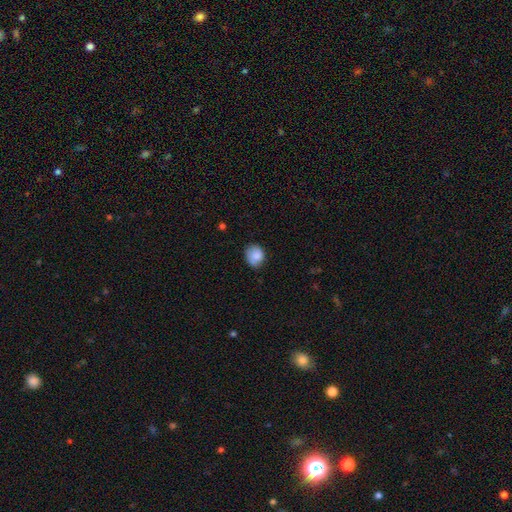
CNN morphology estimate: The model was most divided on "how rounded": round: 63%, in between: 36%, cigar-shaped: 1%. More confident: smooth or featured — smooth (83%); merging — none (65%).